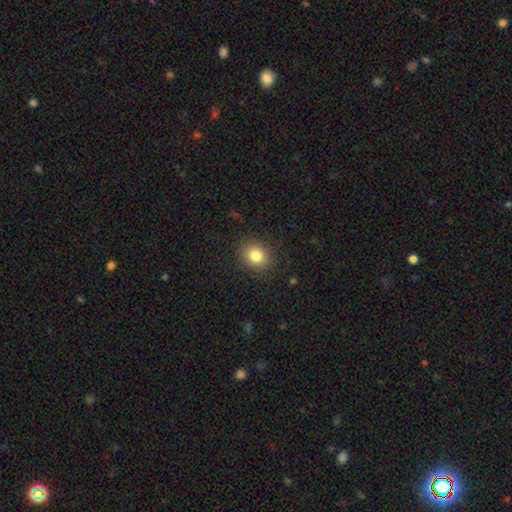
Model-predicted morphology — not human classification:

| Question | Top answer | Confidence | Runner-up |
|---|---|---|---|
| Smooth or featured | smooth | 82% | star or artifact (11%) |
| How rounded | round | 70% | in between (29%) |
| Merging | none | 88% | minor disturbance (8%) |